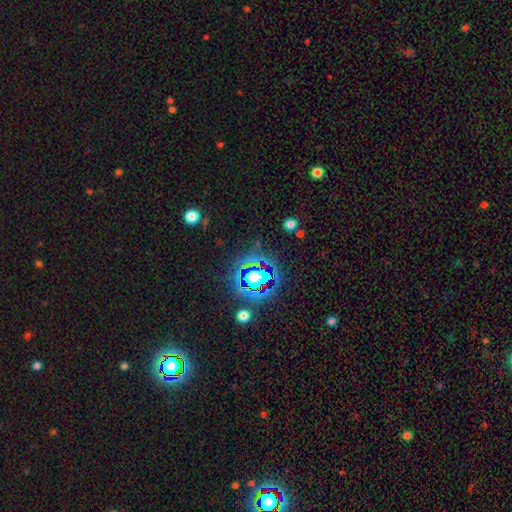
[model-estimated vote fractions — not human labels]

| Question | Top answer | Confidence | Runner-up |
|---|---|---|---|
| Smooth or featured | star or artifact | 81% | smooth (11%) |